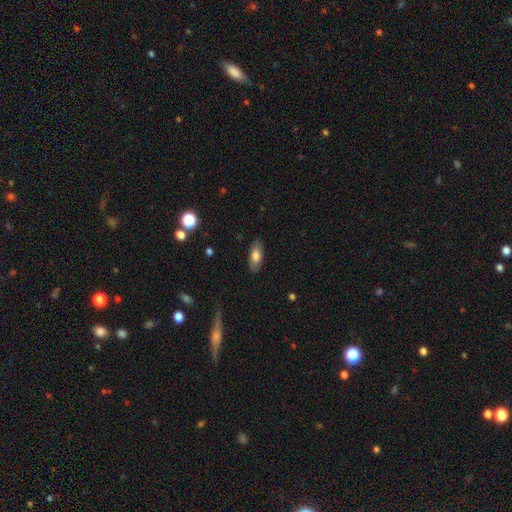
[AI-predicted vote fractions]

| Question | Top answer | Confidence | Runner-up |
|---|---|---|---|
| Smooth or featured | smooth | 74% | featured or disk (19%) |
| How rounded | in between | 85% | cigar-shaped (12%) |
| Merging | none | 86% | minor disturbance (11%) |